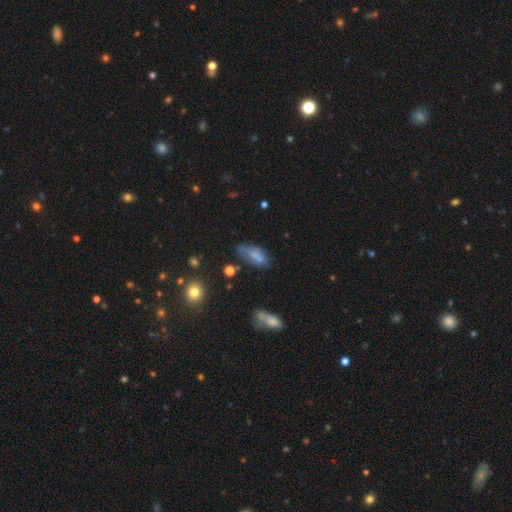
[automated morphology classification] Smooth or featured?
  - smooth: 68% *
  - featured or disk: 22%
  - star or artifact: 10%
How rounded?
  - in between: 77% *
  - cigar-shaped: 20%
  - round: 3%
Merging?
  - none: 51% *
  - minor disturbance: 29%
  - major disturbance: 13%
  - merger: 7%